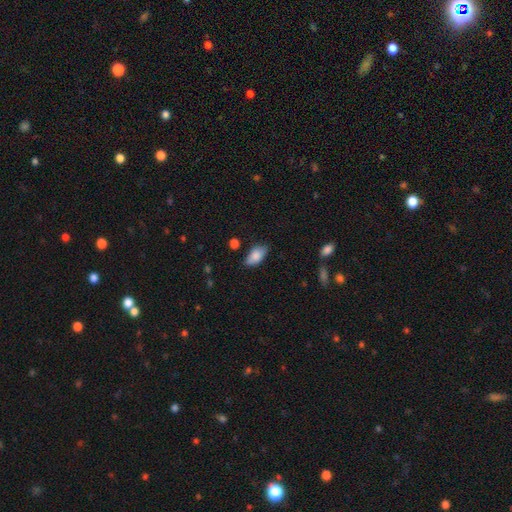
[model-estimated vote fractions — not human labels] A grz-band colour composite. It shows a smooth galaxy with no disk features (83%) that is in between round and cigar-shaped (91%). Merging: none (75%).